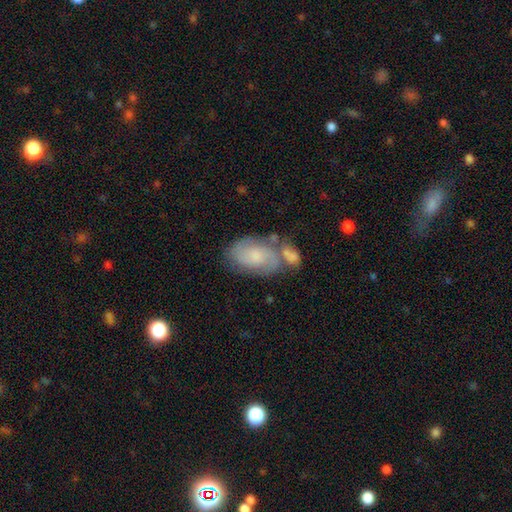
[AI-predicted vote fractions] Smooth or featured? Predicted: featured or disk (p=0.58). Edge-on disk? Predicted: no (p=0.96). Bar? Predicted: no (p=0.67). Spiral arms? Predicted: yes (p=0.85). Bulge size? Predicted: small (p=0.45). Merging? Predicted: none (p=0.46).